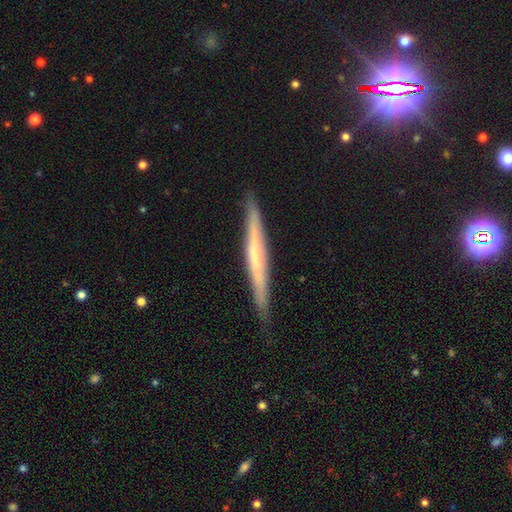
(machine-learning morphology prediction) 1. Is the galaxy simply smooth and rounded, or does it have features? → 55% featured or disk, 38% smooth, 7% star or artifact.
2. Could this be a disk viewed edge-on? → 96% yes, 4% no.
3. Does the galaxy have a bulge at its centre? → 71% none, 19% rounded, 10% boxy.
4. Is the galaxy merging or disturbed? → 86% none, 11% minor disturbance, 2% major disturbance, 1% merger.